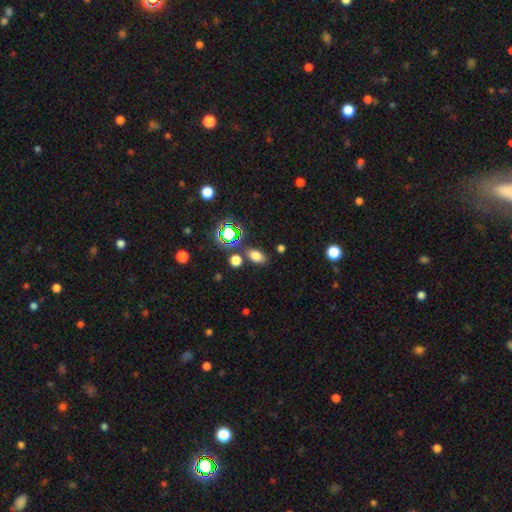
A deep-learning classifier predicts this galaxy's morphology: smooth-or-featured: smooth: 73% | star or artifact: 21% | featured or disk: 6%
  how-rounded: in between: 85% | round: 13% | cigar-shaped: 2%
  merging: none: 78% | minor disturbance: 11% | merger: 7% | major disturbance: 4%